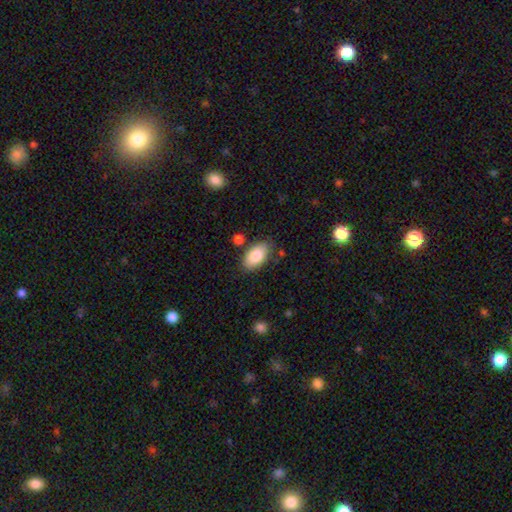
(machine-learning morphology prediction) Smooth or featured?
  - smooth: 86% *
  - featured or disk: 8%
  - star or artifact: 6%
How rounded?
  - in between: 94% *
  - round: 4%
  - cigar-shaped: 2%
Merging?
  - none: 79% *
  - minor disturbance: 14%
  - merger: 4%
  - major disturbance: 3%